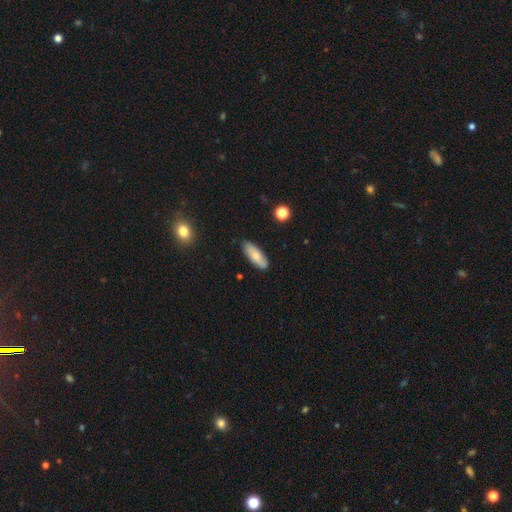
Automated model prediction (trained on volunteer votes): Overall: smooth (73%). How rounded: in between (65%; cigar-shaped 32%). Merging: none (82%).